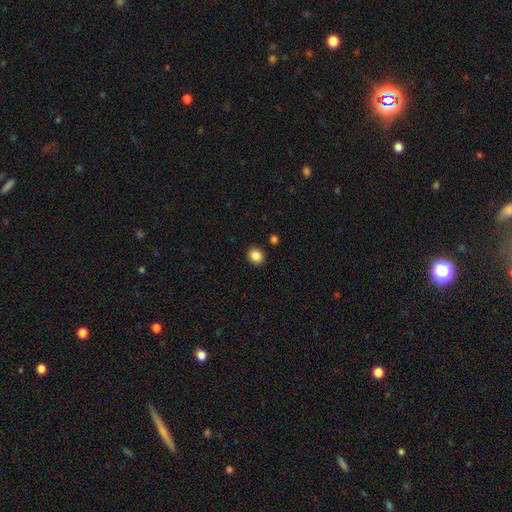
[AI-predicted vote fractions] Morphology: type=smooth (86%); roundness=round (69%); merging=none (90%).